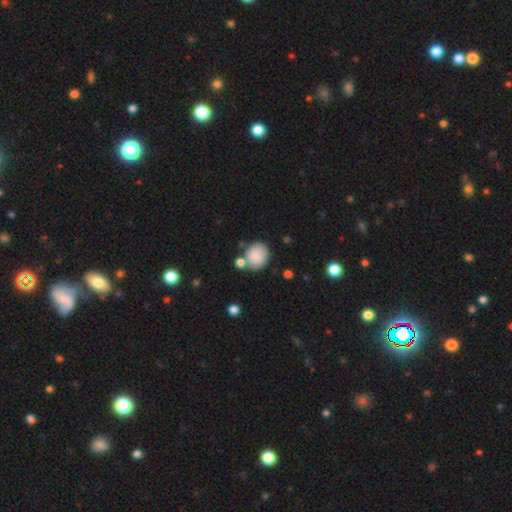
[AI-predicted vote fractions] Smooth or featured? smooth (86%)
How rounded? round (77%)
Merging? none (67%)